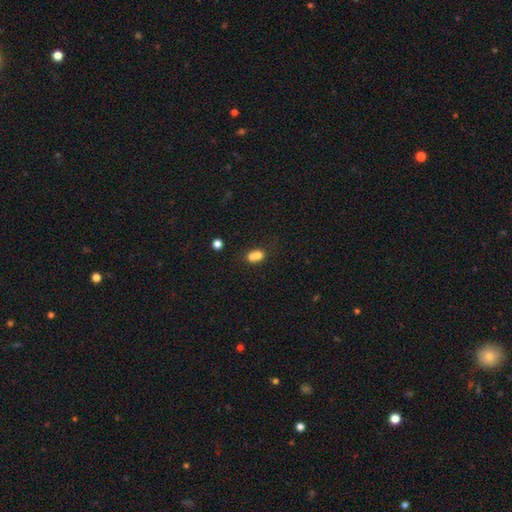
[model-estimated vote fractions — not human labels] The model was most divided on "how rounded": round: 59%, in between: 39%, cigar-shaped: 1%. More confident: smooth or featured — smooth (71%); merging — merger (64%).